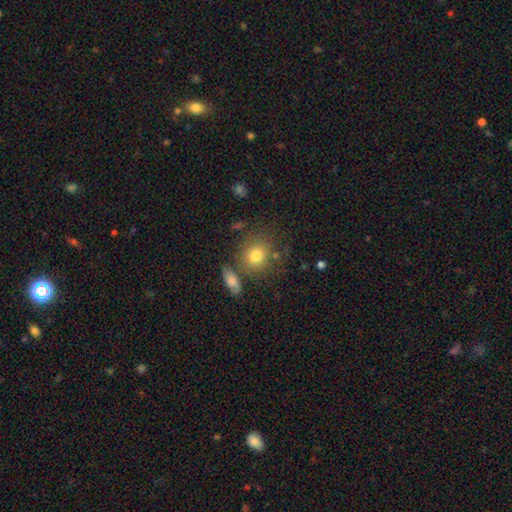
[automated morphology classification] Q: Smooth or featured?
A: smooth (79%); runner-up: featured or disk (11%)
Q: How rounded?
A: round (79%); runner-up: in between (19%)
Q: Merging?
A: none (70%); runner-up: minor disturbance (13%)